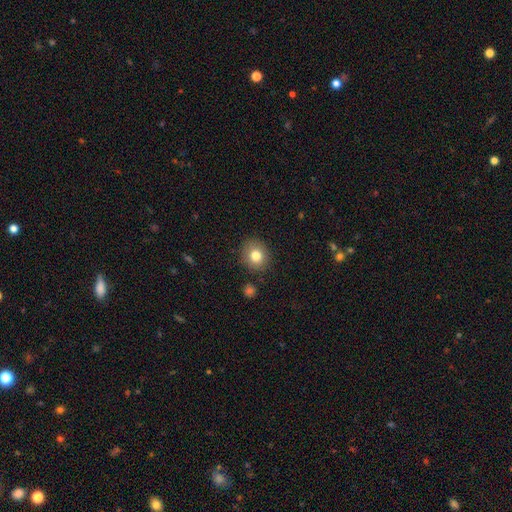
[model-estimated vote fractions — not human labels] Morphology: type=smooth (80%); roundness=round (78%); merging=none (87%).